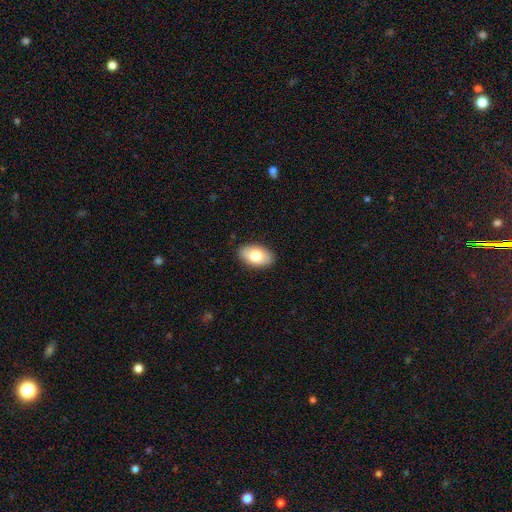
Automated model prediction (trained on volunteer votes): Smooth or featured?
  - smooth: 77% *
  - featured or disk: 17%
  - star or artifact: 7%
How rounded?
  - in between: 93% *
  - round: 6%
  - cigar-shaped: 1%
Merging?
  - none: 89% *
  - minor disturbance: 8%
  - major disturbance: 2%
  - merger: 1%